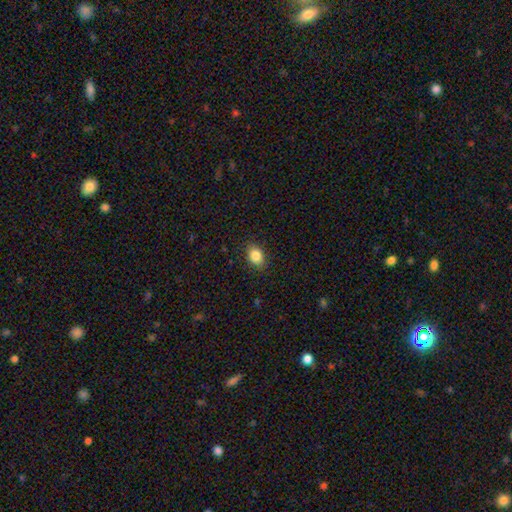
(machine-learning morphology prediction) type=smooth (85%); roundness=in between (73%); merging=none (87%).